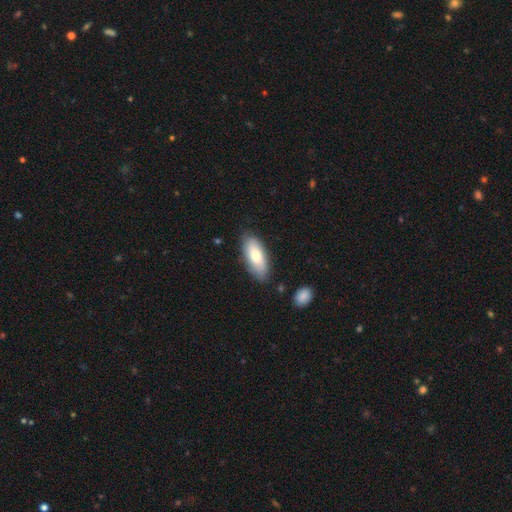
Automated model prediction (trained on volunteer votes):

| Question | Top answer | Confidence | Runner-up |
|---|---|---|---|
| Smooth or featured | smooth | 74% | featured or disk (20%) |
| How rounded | in between | 83% | cigar-shaped (15%) |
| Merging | none | 81% | minor disturbance (13%) |